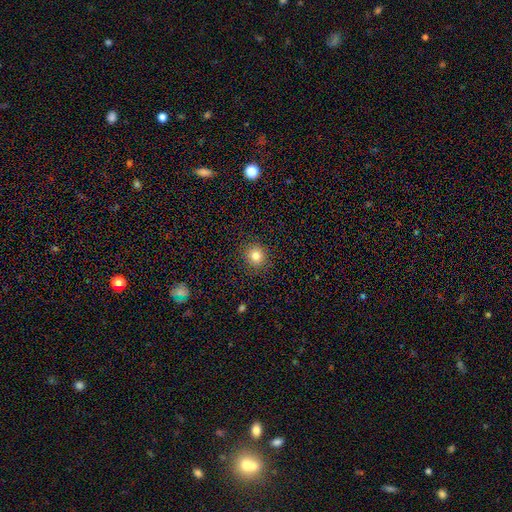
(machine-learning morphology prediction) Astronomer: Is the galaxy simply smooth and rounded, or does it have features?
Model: smooth — 82%.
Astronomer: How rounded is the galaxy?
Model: round — 88%.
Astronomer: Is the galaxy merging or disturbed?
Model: none — 89%.